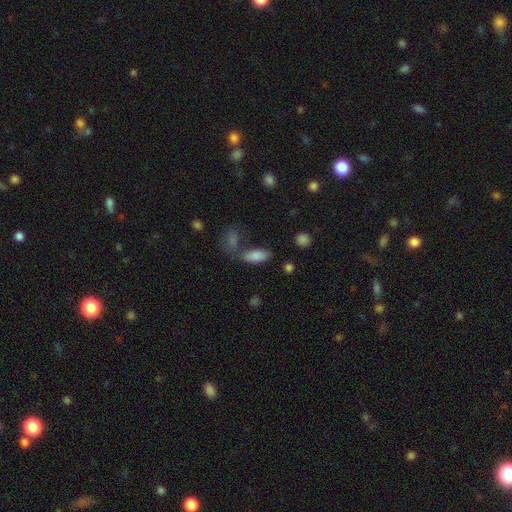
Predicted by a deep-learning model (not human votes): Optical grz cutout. It shows a smooth galaxy with no disk features (84%) that is in between round and cigar-shaped (86%). Merging: none (53%).